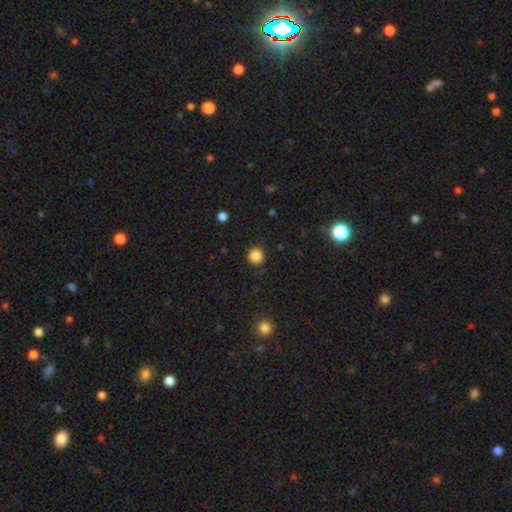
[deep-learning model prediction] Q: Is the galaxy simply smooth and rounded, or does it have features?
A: smooth — 85%.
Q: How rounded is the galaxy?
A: round — 94%.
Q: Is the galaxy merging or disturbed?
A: none — 88%.